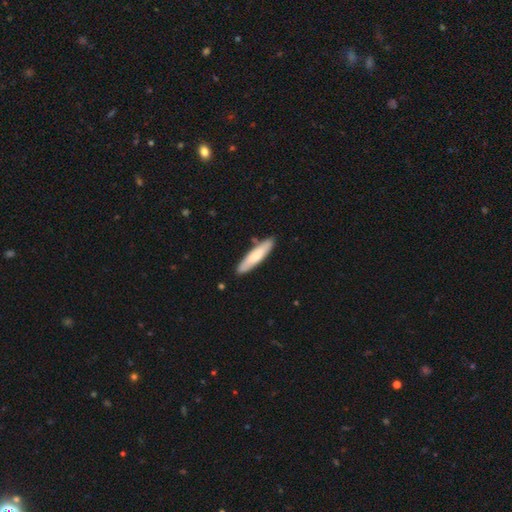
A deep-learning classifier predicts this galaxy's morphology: Overall: smooth (70%). How rounded: cigar-shaped (83%). Merging: none (85%).